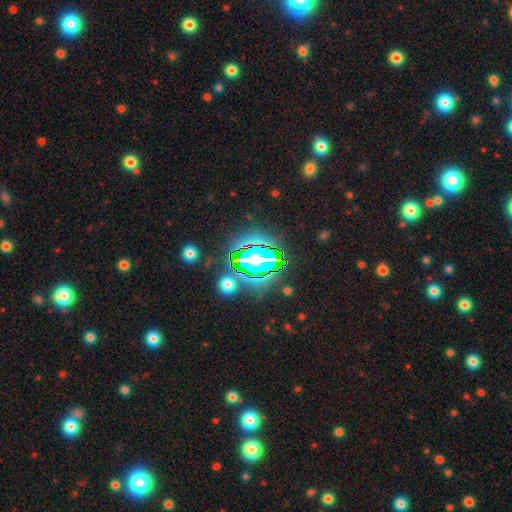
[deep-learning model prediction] star or artifact 71%, smooth 16%, featured or disk 13%.